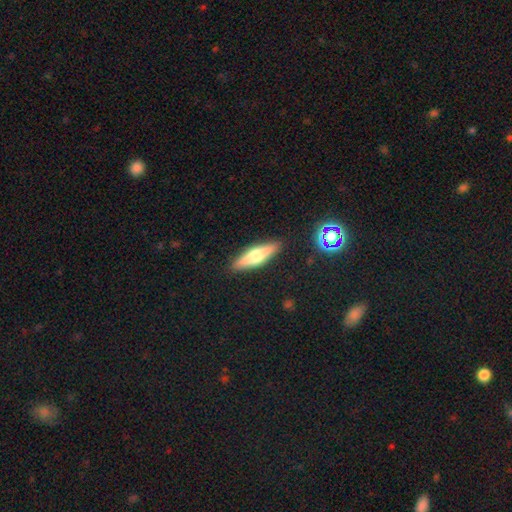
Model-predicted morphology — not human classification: A featured or disk galaxy (48%). Merging: none (89%).